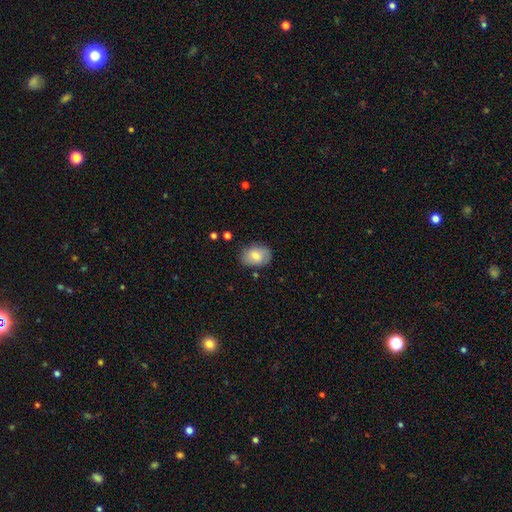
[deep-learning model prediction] Smooth or featured: smooth — 68% (featured or disk — 24%)
How rounded: in between — 74% (round — 25%)
Merging: none — 75% (minor disturbance — 19%)